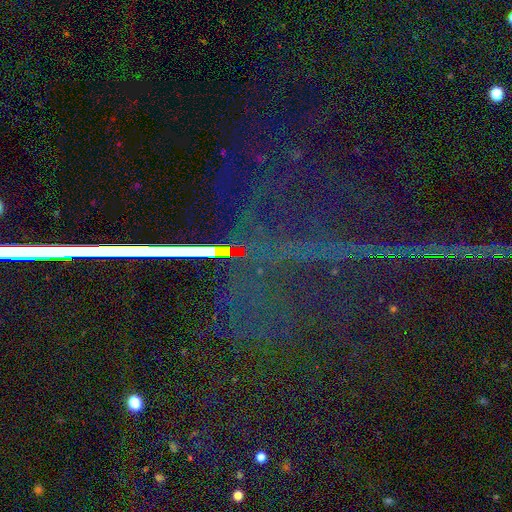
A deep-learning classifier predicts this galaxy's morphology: A star or artifact, not a galaxy (83%).